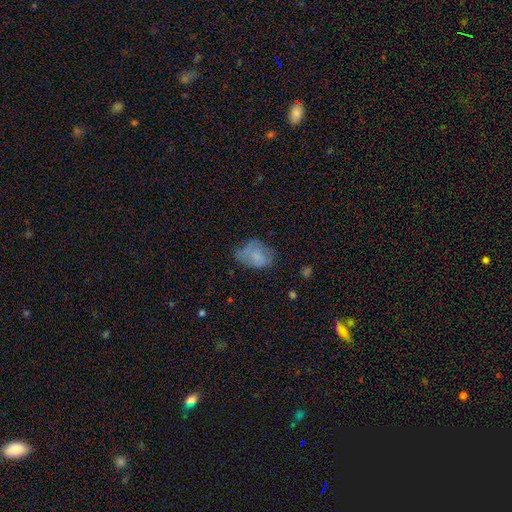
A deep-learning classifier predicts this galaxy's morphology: Smooth or featured? Predicted: smooth (p=0.65). How rounded? Predicted: in between (p=0.80). Merging? Predicted: none (p=0.43).